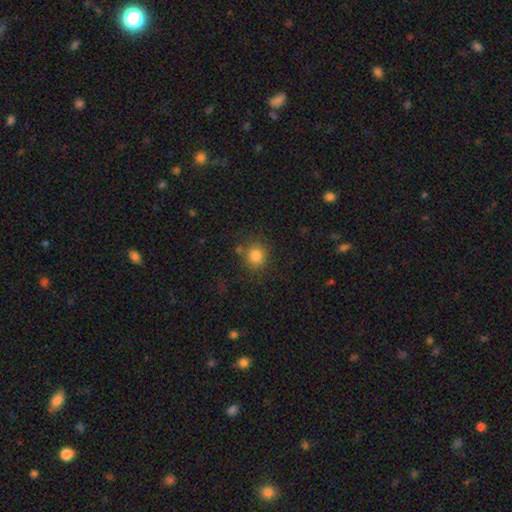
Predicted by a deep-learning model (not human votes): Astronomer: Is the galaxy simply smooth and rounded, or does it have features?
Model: smooth — 82%.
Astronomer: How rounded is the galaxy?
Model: round — 84%.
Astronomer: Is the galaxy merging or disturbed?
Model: none — 77%.